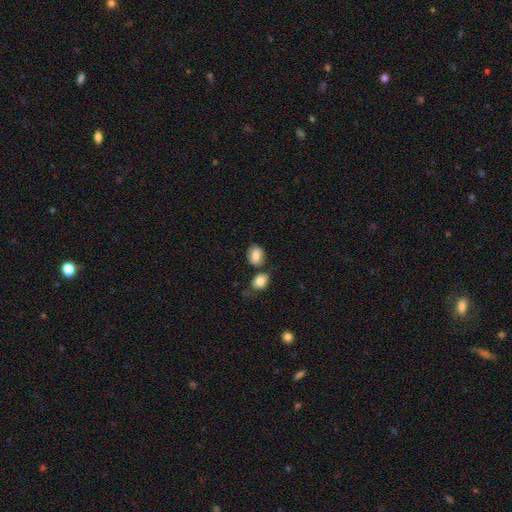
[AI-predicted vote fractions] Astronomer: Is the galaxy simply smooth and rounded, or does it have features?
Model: smooth — 78%.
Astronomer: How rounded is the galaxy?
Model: in between — 57% (runner-up: round, 41%).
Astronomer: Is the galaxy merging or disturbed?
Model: none — 60%.